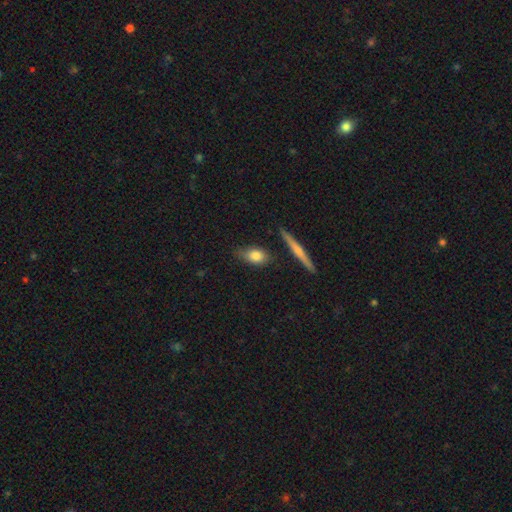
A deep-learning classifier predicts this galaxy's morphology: Q: Smooth or featured?
A: smooth (75%); runner-up: featured or disk (18%)
Q: How rounded?
A: in between (73%); runner-up: cigar-shaped (15%)
Q: Merging?
A: none (74%); runner-up: minor disturbance (17%)